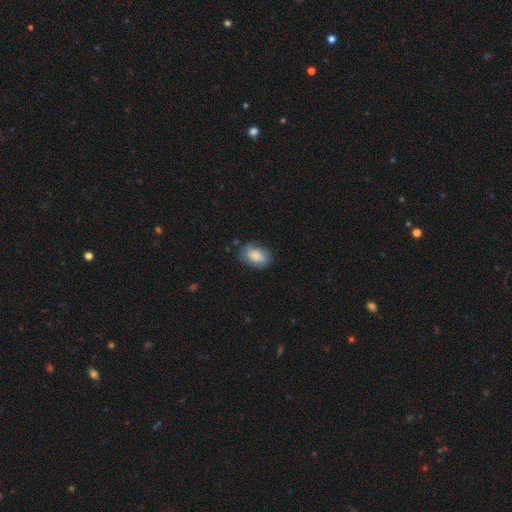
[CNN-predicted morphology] smooth 79%, featured or disk 14%, star or artifact 7%. Down the decision tree: how rounded — in between (87%); merging — none (68%).